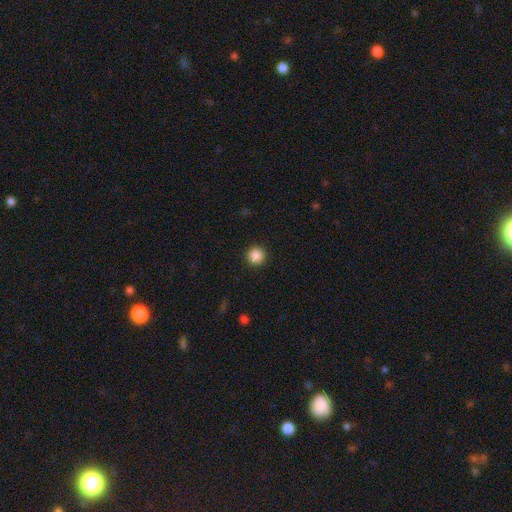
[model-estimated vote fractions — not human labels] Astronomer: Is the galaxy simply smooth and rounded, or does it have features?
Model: smooth — 87%.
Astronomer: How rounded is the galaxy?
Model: round — 95%.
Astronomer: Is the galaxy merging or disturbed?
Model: none — 92%.